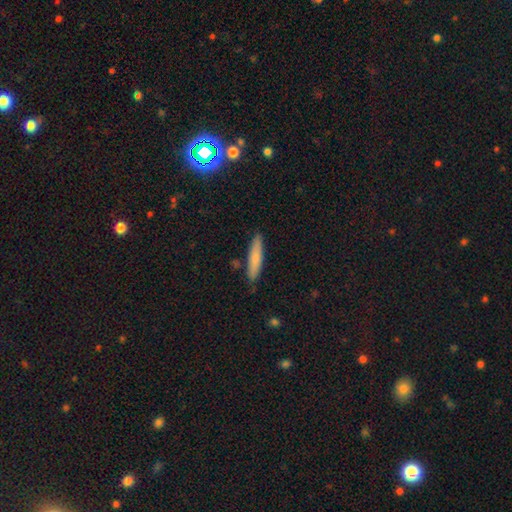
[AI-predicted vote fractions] Morphology: type=smooth (75%); roundness=cigar-shaped (85%); merging=none (84%).